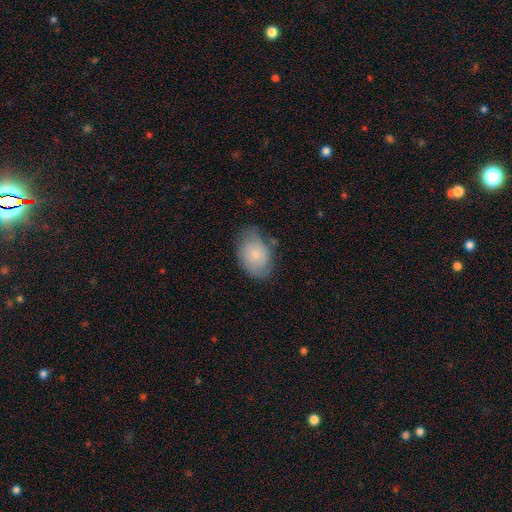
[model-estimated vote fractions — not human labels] smooth 75%, featured or disk 18%, star or artifact 7%. Down the decision tree: how rounded — in between (80%); merging — none (63%).